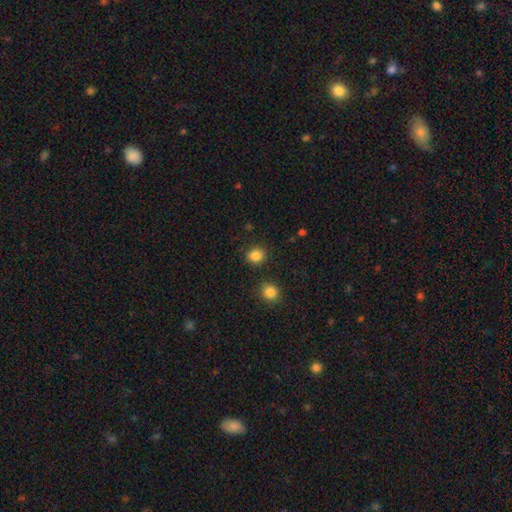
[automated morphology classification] Smooth or featured? Predicted: smooth (p=0.85). How rounded? Predicted: round (p=0.79). Merging? Predicted: none (p=0.88).